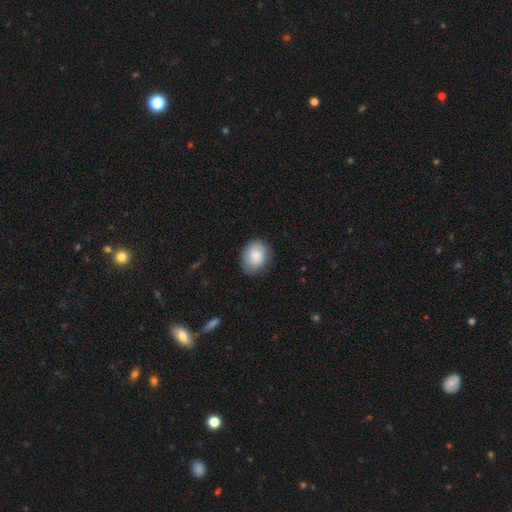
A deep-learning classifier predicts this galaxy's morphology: Overall: smooth (78%). How rounded: round (53%; in between 47%). Merging: none (77%).